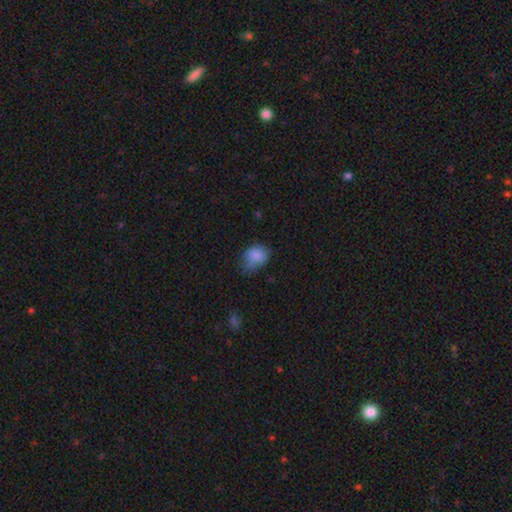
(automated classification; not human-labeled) Q: Smooth or featured?
A: smooth (77%); runner-up: featured or disk (13%)
Q: How rounded?
A: in between (64%); runner-up: round (35%)
Q: Merging?
A: none (43%); runner-up: minor disturbance (36%)